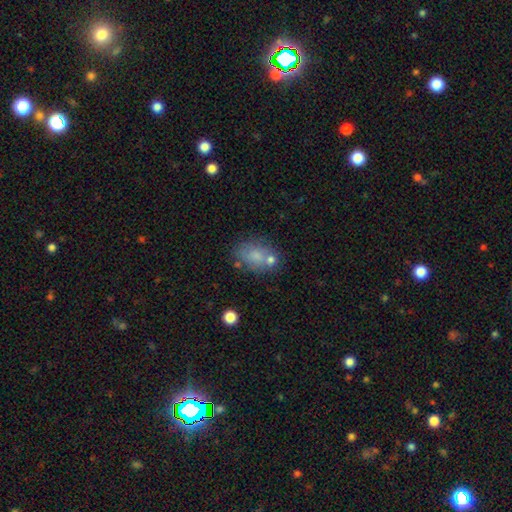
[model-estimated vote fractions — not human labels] Q: Smooth or featured?
A: smooth (72%); runner-up: featured or disk (17%)
Q: How rounded?
A: in between (78%); runner-up: round (20%)
Q: Merging?
A: none (54%); runner-up: minor disturbance (20%)